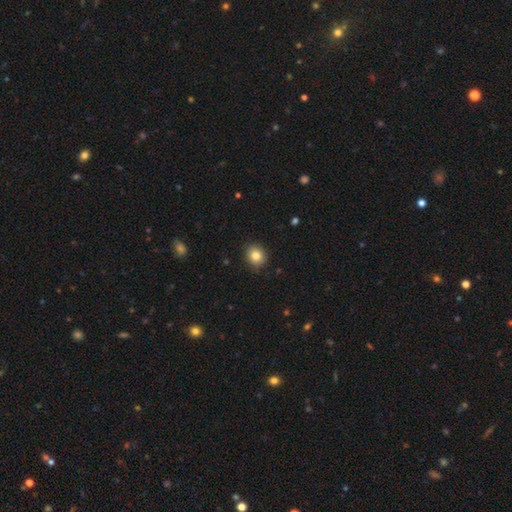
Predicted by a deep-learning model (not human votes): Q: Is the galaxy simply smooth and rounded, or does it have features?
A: smooth — 83%.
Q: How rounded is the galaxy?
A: round — 79%.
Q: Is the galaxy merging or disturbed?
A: none — 89%.